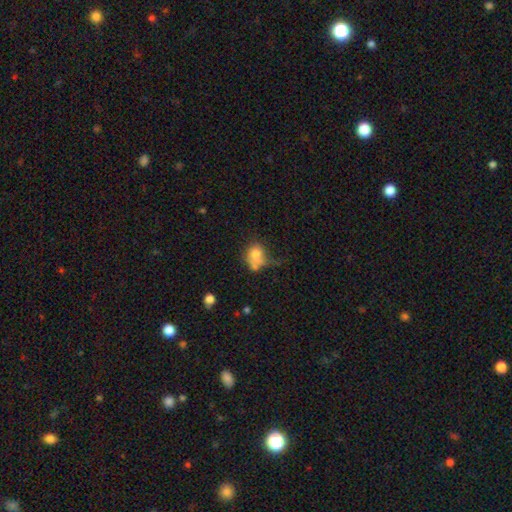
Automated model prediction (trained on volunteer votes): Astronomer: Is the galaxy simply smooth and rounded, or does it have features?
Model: smooth — 72%.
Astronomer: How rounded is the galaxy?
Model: round — 56% (runner-up: in between, 42%).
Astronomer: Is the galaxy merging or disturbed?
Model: none — 31% (runner-up: major disturbance, 24%).